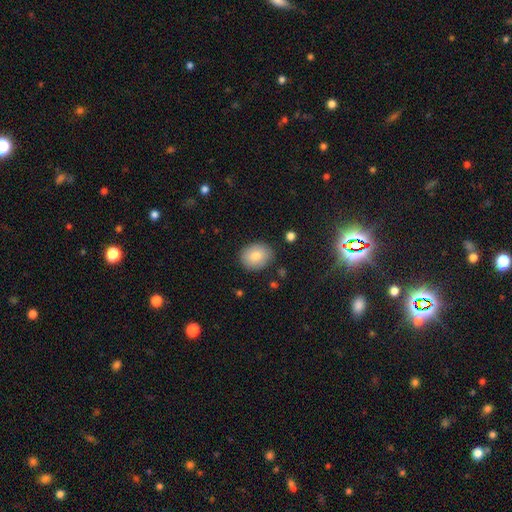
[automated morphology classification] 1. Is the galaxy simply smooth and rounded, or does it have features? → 80% smooth, 11% featured or disk, 8% star or artifact.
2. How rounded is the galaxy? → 50% in between, 49% round, 1% cigar-shaped.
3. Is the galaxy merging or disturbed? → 84% none, 12% minor disturbance, 3% major disturbance, 2% merger.